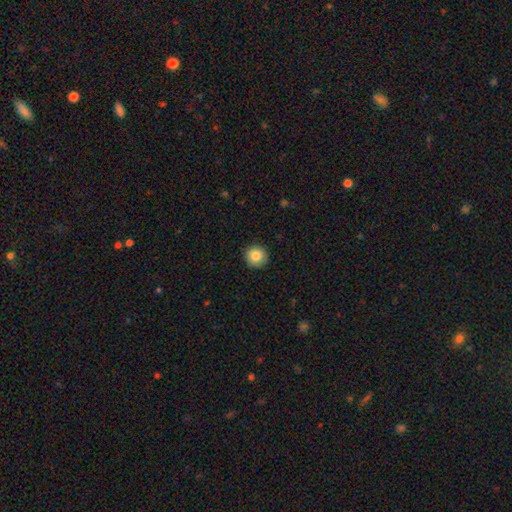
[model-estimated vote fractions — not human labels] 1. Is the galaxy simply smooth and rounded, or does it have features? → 85% smooth, 8% star or artifact, 7% featured or disk.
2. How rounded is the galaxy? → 95% round, 4% in between, 1% cigar-shaped.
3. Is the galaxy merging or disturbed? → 91% none, 6% minor disturbance, 2% major disturbance, 1% merger.